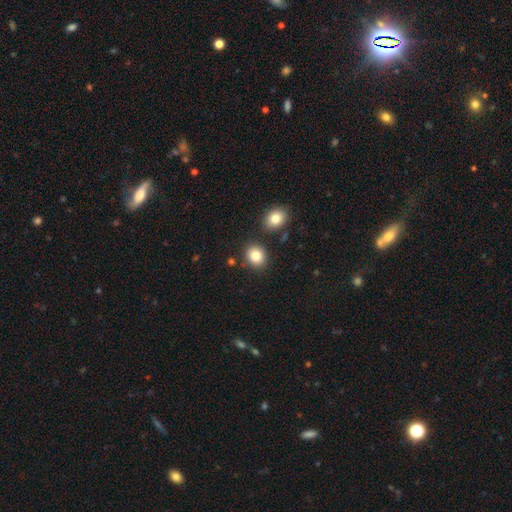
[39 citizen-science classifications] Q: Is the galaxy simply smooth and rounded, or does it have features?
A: smooth — 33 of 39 (85%).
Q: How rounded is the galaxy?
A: round — 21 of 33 (64%).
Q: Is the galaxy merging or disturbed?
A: none — 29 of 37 (78%).